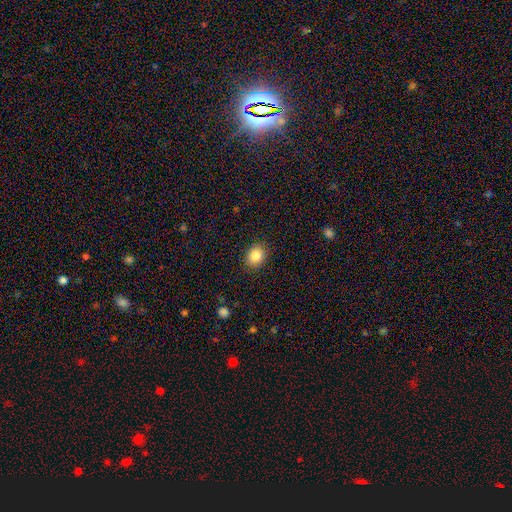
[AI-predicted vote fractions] Overall: smooth (86%). How rounded: round (51%; in between 48%). Merging: none (88%).